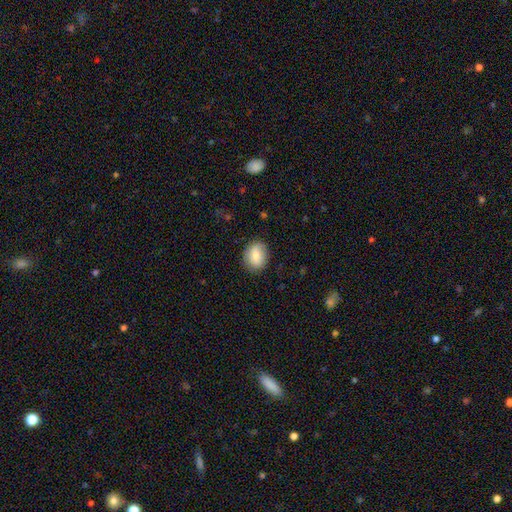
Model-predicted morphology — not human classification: Smooth or featured? Predicted: smooth (p=0.80). How rounded? Predicted: round (p=0.56). Merging? Predicted: none (p=0.84).